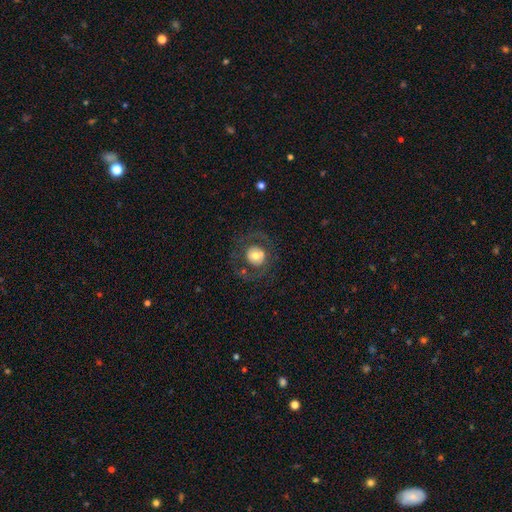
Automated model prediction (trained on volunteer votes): This is possibly a smooth galaxy (50%). Merging: likely none (71%).